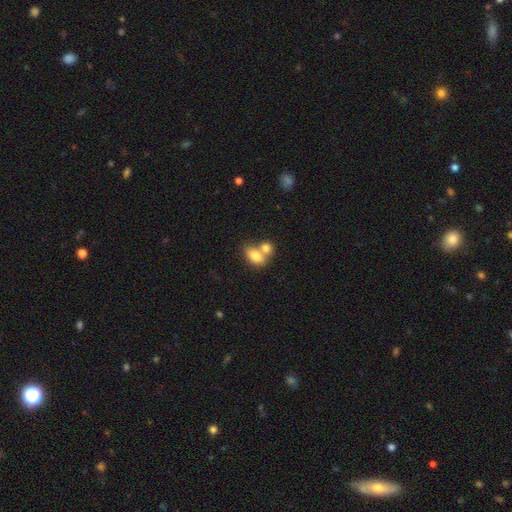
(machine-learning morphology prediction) smooth 78%, featured or disk 14%, star or artifact 8%. Down the decision tree: how rounded — in between (84%); merging — merger (59%).